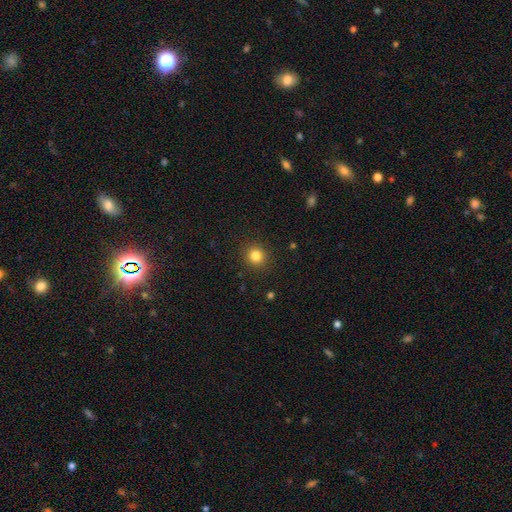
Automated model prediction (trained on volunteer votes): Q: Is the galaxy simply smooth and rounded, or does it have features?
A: smooth — 82%.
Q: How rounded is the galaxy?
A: round — 90%.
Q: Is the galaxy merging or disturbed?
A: none — 91%.